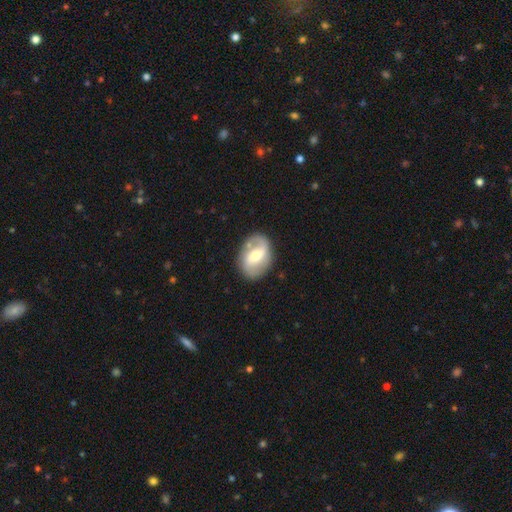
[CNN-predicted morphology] Smooth or featured? featured or disk (72%)
Edge-on disk? no (97%)
Bar? weak (46%)
Spiral arms? yes (87%)
Spiral winding? loose (42%)
Spiral arm count? 2 (86%)
Bulge size? moderate (59%)
Merging? none (79%)